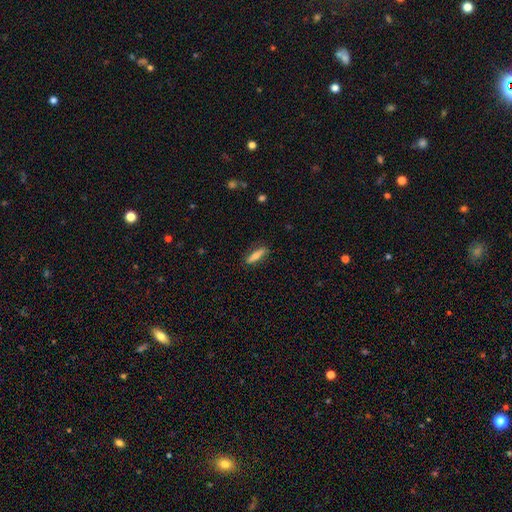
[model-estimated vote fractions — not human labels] Smooth or featured? Predicted: smooth (p=0.67). How rounded? Predicted: cigar-shaped (p=0.70). Merging? Predicted: none (p=0.85).